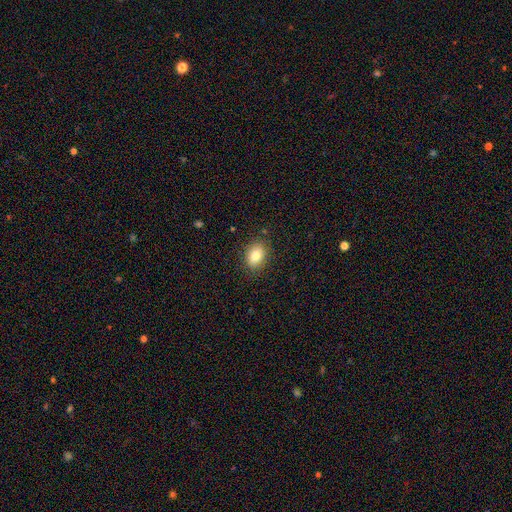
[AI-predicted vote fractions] A smooth galaxy with no disk features (81%) that is in between round and cigar-shaped (75%).

Vote fractions:
- Smooth or featured? smooth: 81% / featured or disk: 10% / star or artifact: 9%
- How rounded? in between: 75% / round: 24% / cigar-shaped: 1%
- Merging? none: 85% / minor disturbance: 11% / major disturbance: 3% / merger: 1%